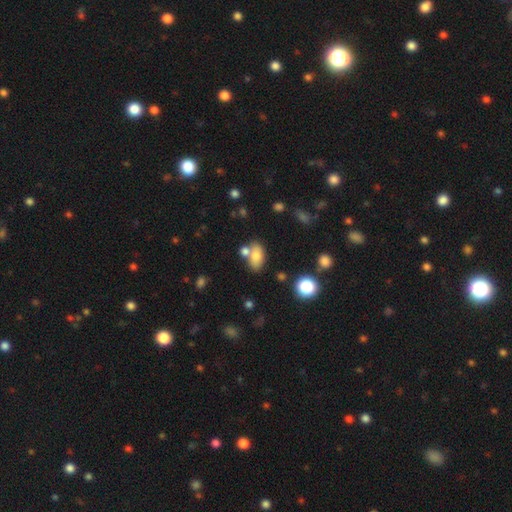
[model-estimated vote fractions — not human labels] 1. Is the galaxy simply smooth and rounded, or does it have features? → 74% smooth, 16% featured or disk, 10% star or artifact.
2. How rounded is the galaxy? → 87% in between, 10% round, 3% cigar-shaped.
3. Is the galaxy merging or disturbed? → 57% none, 26% merger, 13% minor disturbance, 4% major disturbance.